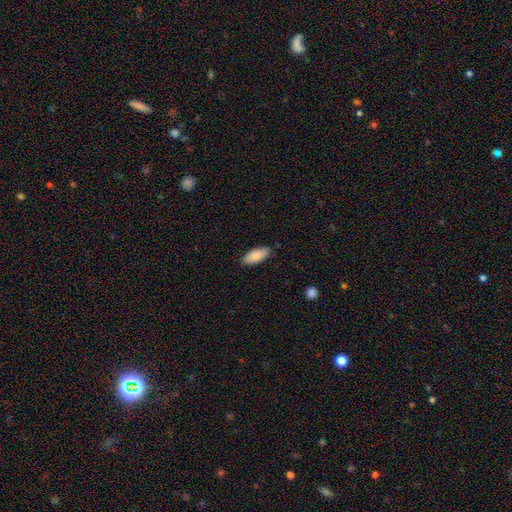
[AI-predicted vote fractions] Smooth or featured? smooth (86%)
How rounded? in between (85%)
Merging? none (87%)